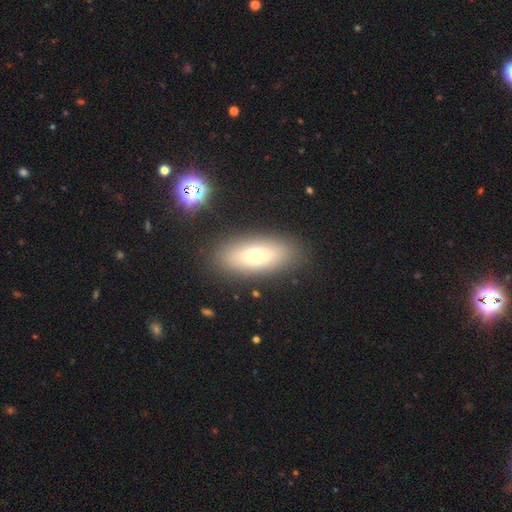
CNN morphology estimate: Overall: smooth (67%). How rounded: in between (80%). Merging: none (86%).